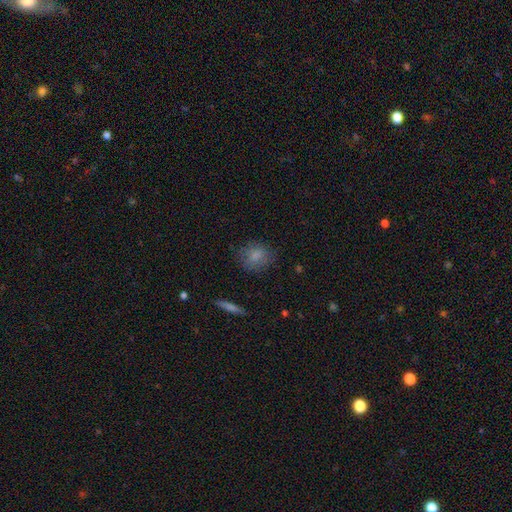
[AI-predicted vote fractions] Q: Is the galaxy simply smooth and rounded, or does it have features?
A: smooth — 82%.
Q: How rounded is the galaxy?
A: round — 63%.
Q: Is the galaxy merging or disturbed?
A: none — 78%.